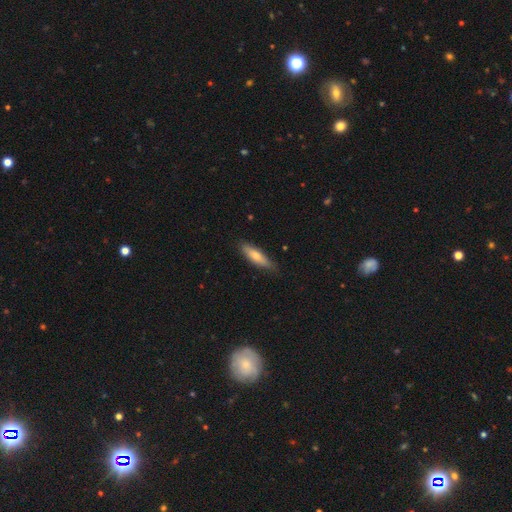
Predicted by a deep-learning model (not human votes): smooth-or-featured: smooth: 67% | featured or disk: 27% | star or artifact: 6%
  how-rounded: cigar-shaped: 64% | in between: 34% | round: 2%
  merging: none: 79% | minor disturbance: 17% | major disturbance: 2% | merger: 1%